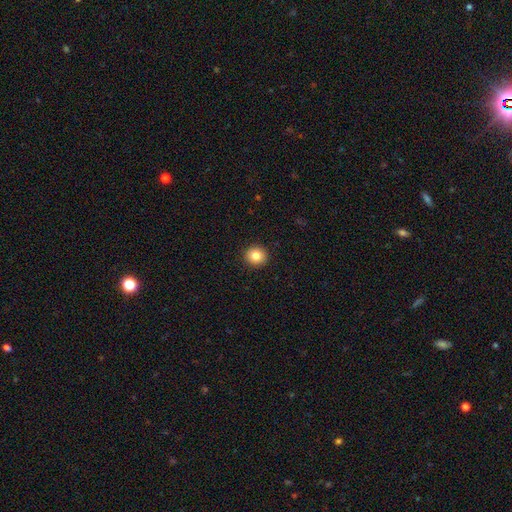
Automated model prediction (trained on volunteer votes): This appears to be a smooth galaxy with no disk features (82%) that is round (92%). Merging: none (93%).